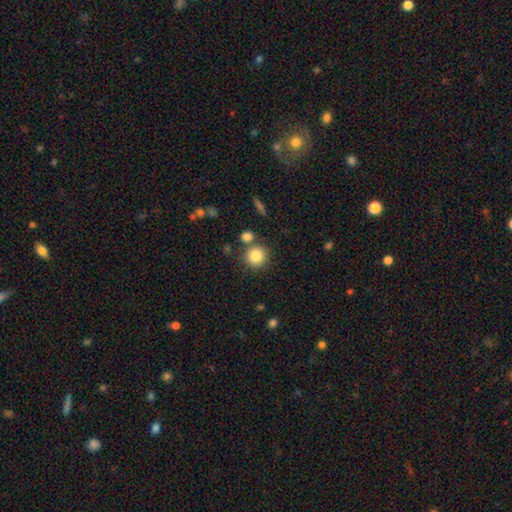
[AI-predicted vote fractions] Q: Smooth or featured?
A: smooth (83%); runner-up: star or artifact (10%)
Q: How rounded?
A: round (92%); runner-up: in between (7%)
Q: Merging?
A: none (76%); runner-up: merger (13%)